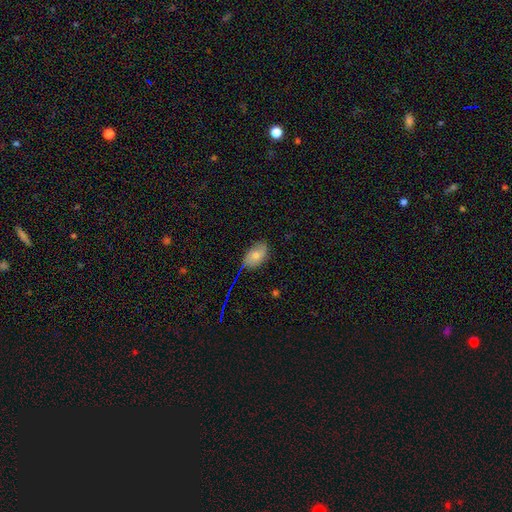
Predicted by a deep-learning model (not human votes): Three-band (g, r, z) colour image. It shows a smooth galaxy with no disk features (72%) that is in between round and cigar-shaped (90%). Merging: none (72%).